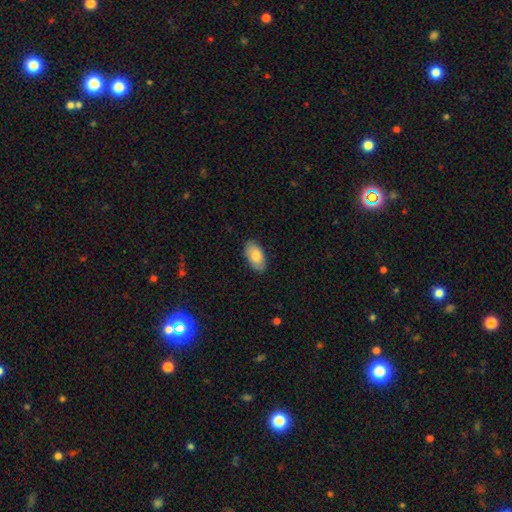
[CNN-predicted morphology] Smooth or featured? Predicted: smooth (p=0.84). How rounded? Predicted: in between (p=0.95). Merging? Predicted: none (p=0.86).